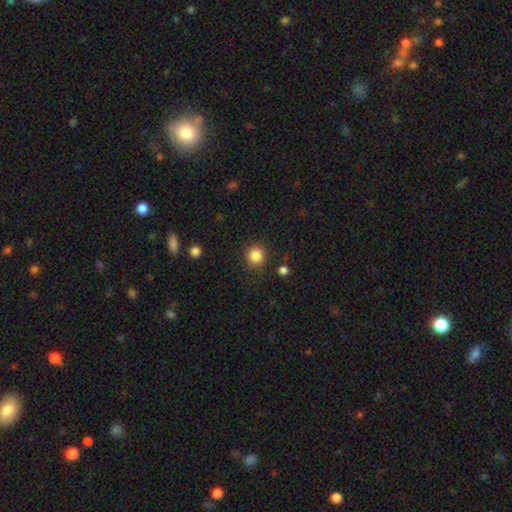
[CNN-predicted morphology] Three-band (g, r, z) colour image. It shows a smooth galaxy with no disk features (85%) that is round (87%). Merging: none (85%).